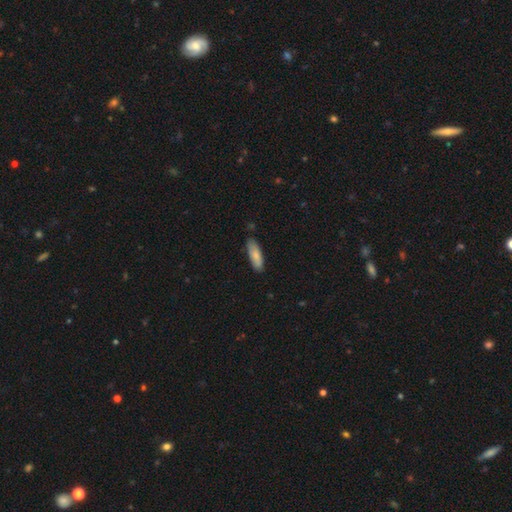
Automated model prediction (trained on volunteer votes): A smooth galaxy with no disk features (82%) that is in between round and cigar-shaped (52%).

Vote fractions:
- Smooth or featured? smooth: 82% / featured or disk: 13% / star or artifact: 5%
- How rounded? in between: 52% / cigar-shaped: 46% / round: 1%
- Merging? none: 80% / minor disturbance: 16% / major disturbance: 2% / merger: 2%